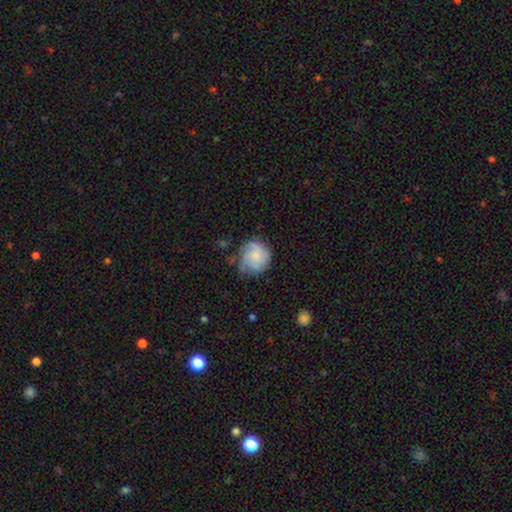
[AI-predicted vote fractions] Morphology: type=smooth (53%); roundness=round (83%); merging=none (55%).